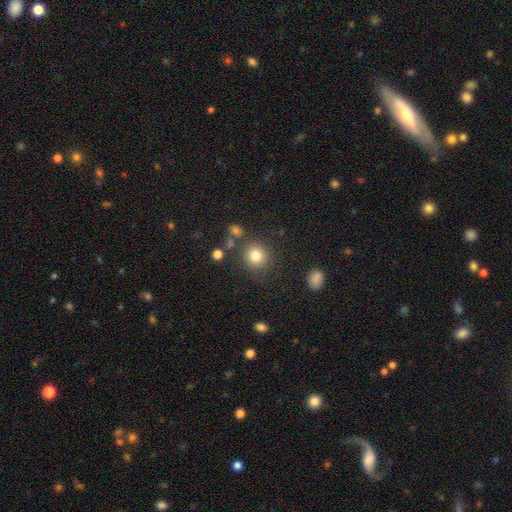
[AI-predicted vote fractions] smooth-or-featured: smooth: 81% | star or artifact: 11% | featured or disk: 7%
  how-rounded: round: 91% | in between: 8% | cigar-shaped: 1%
  merging: none: 82% | minor disturbance: 9% | merger: 5% | major disturbance: 4%